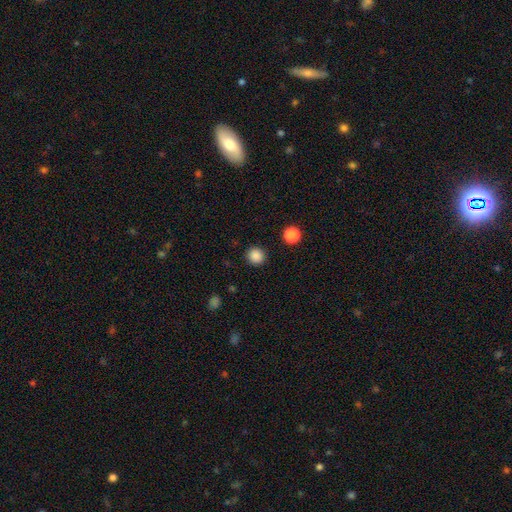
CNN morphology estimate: Smooth or featured? smooth (86%)
How rounded? round (94%)
Merging? none (92%)